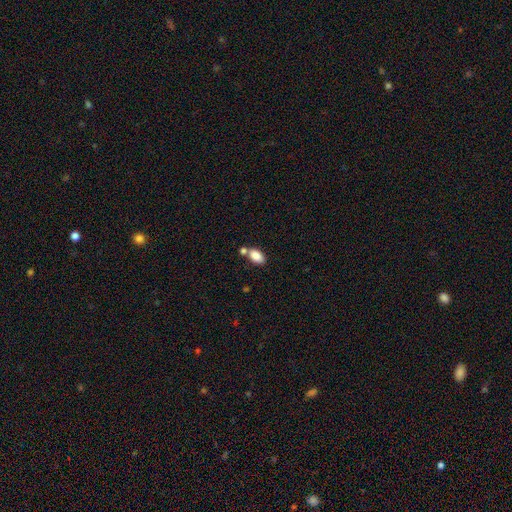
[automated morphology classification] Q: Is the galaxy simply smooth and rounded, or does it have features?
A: smooth — 86%.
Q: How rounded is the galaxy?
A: in between — 92%.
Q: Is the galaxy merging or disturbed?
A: none — 57%.